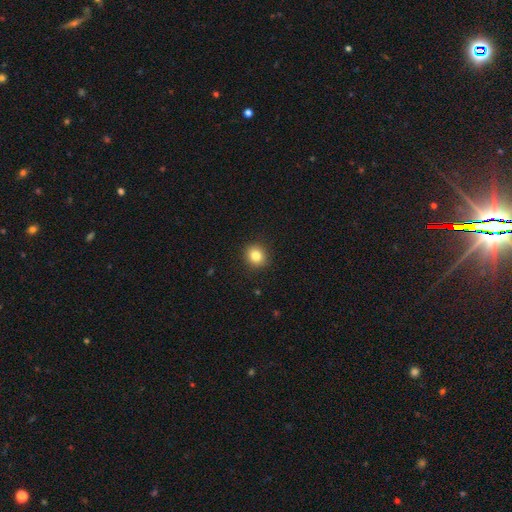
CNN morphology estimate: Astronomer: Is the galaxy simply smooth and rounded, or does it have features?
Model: smooth — 83%.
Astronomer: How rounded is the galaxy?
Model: round — 82%.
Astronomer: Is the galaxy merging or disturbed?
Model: none — 91%.